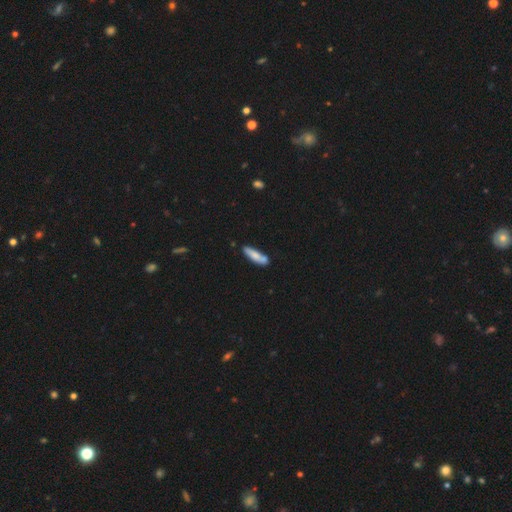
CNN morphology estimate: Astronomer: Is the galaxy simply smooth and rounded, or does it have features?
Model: smooth — 74%.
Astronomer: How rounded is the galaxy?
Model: cigar-shaped — 70%.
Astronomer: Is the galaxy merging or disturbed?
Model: none — 68%.